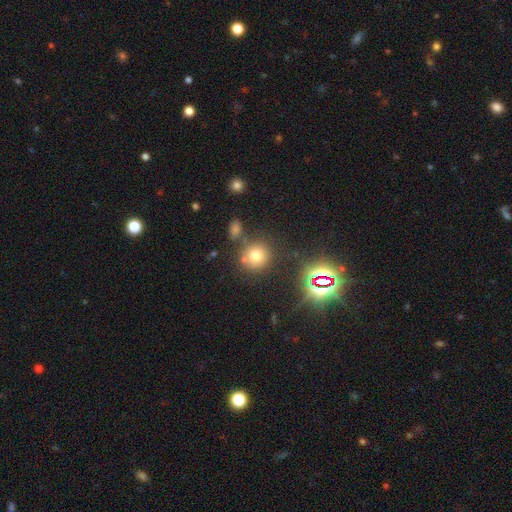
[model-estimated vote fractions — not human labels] Smooth or featured?
  - smooth: 70% *
  - star or artifact: 19%
  - featured or disk: 11%
How rounded?
  - round: 89% *
  - in between: 10%
  - cigar-shaped: 1%
Merging?
  - none: 72% *
  - merger: 13%
  - minor disturbance: 11%
  - major disturbance: 5%